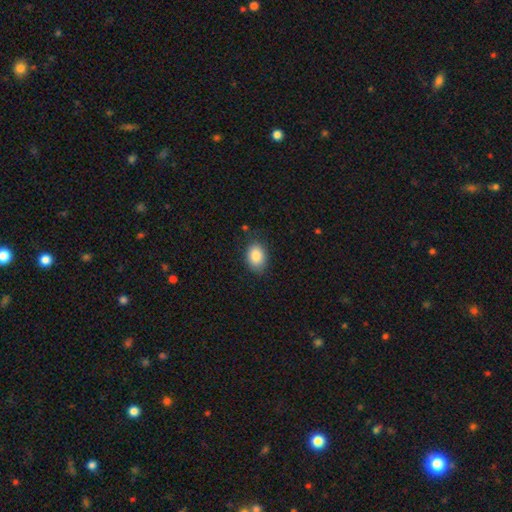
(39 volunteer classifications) A smooth galaxy with no disk features (77%) that is in between round and cigar-shaped (93%).

Vote fractions:
- Smooth or featured? smooth: 77% / featured or disk: 13% / star or artifact: 10%
- How rounded? in between: 93% / round: 7% / cigar-shaped: 0%
- Merging? none: 69% / minor disturbance: 23% / major disturbance: 6% / merger: 3%